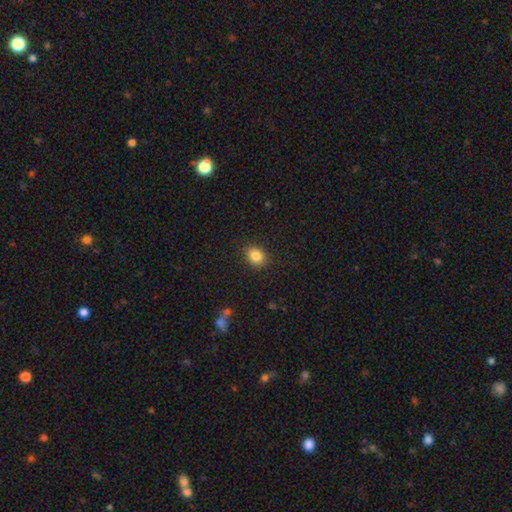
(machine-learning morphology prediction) smooth-or-featured: smooth: 84% | star or artifact: 10% | featured or disk: 6%
  how-rounded: round: 54% | in between: 45% | cigar-shaped: 1%
  merging: none: 88% | minor disturbance: 8% | major disturbance: 2% | merger: 1%